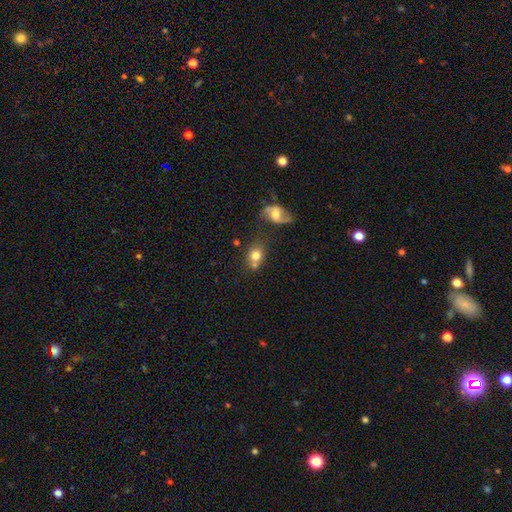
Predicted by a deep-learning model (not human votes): A smooth galaxy with no disk features (73%) that is round (60%). Merging: none (50%).